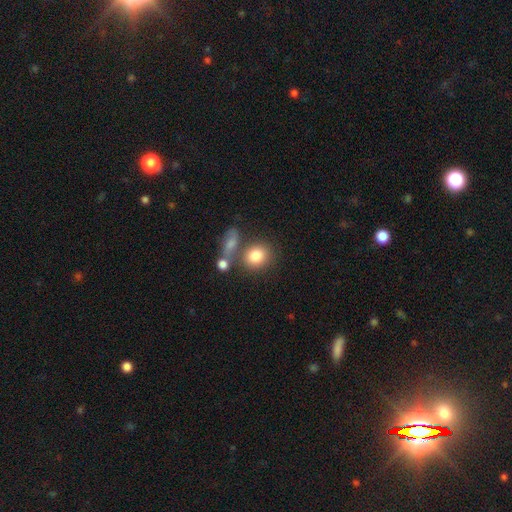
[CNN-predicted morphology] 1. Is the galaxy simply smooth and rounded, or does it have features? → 81% smooth, 10% featured or disk, 9% star or artifact.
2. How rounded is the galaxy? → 70% round, 29% in between, 2% cigar-shaped.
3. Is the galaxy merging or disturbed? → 59% none, 23% merger, 12% minor disturbance, 5% major disturbance.